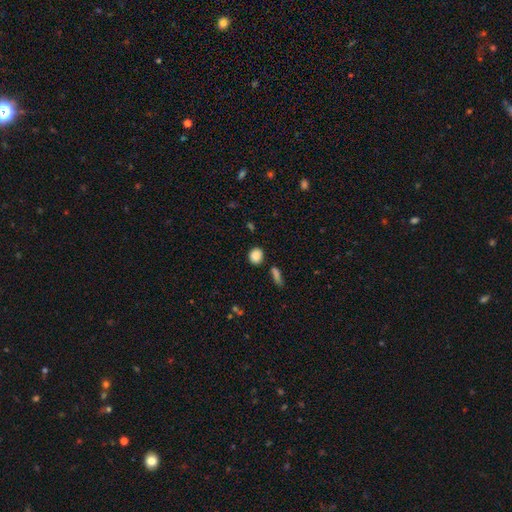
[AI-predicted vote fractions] smooth 86%, star or artifact 9%, featured or disk 5%. Down the decision tree: how rounded — round (76%); merging — none (83%).